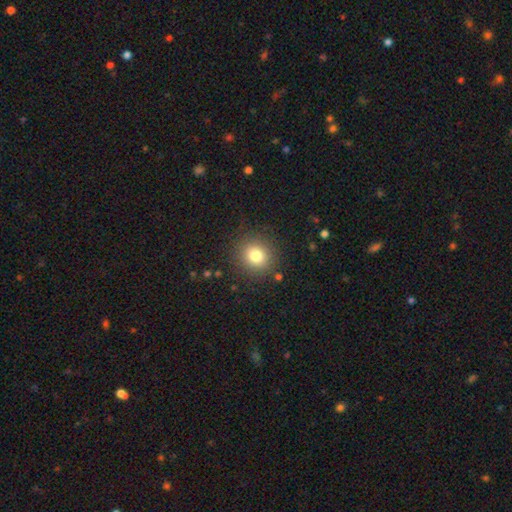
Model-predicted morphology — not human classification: The model was most divided on "smooth or featured": smooth: 79%, star or artifact: 13%, featured or disk: 9%. More confident: merging — none (88%); how rounded — round (87%).